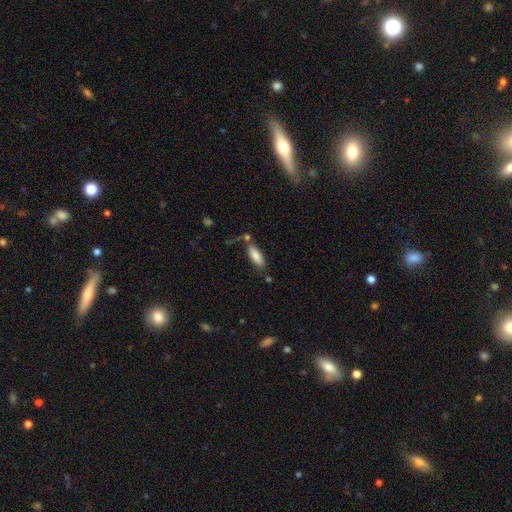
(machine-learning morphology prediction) smooth_or_featured: smooth (p=0.82) [alt: featured or disk p=0.11]
how_rounded: in between (p=0.69) [alt: cigar-shaped p=0.29]
merging: none (p=0.65) [alt: minor disturbance p=0.17]